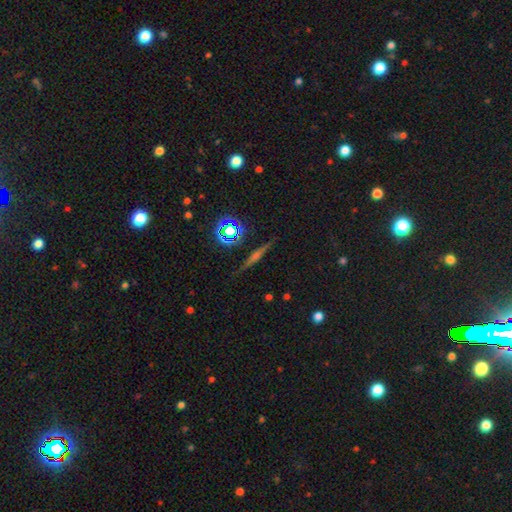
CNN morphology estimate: featured or disk 59%, star or artifact 21%, smooth 20%. Down the decision tree: edge-on disk — yes (96%); edge-on bulge — rounded (71%); merging — none (89%).